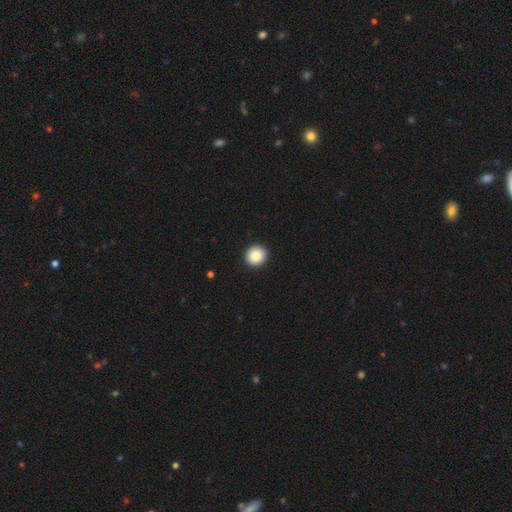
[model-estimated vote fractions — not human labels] smooth_or_featured: smooth (p=0.88) [alt: star or artifact p=0.08]
how_rounded: round (p=0.88) [alt: in between p=0.11]
merging: none (p=0.92) [alt: minor disturbance p=0.05]